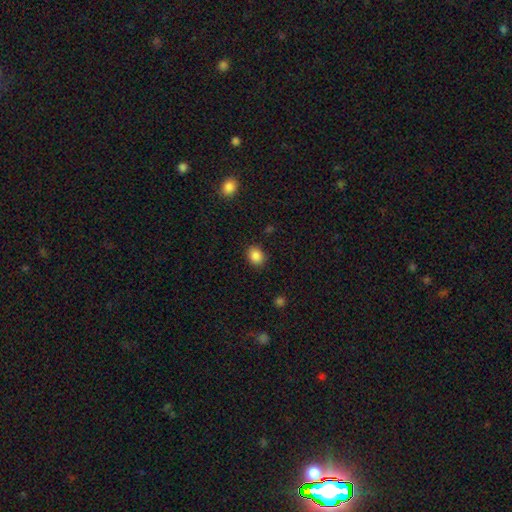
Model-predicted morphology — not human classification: smooth_or_featured: smooth (p=0.87) [alt: star or artifact p=0.10]
how_rounded: round (p=0.57) [alt: in between p=0.42]
merging: none (p=0.86) [alt: minor disturbance p=0.09]